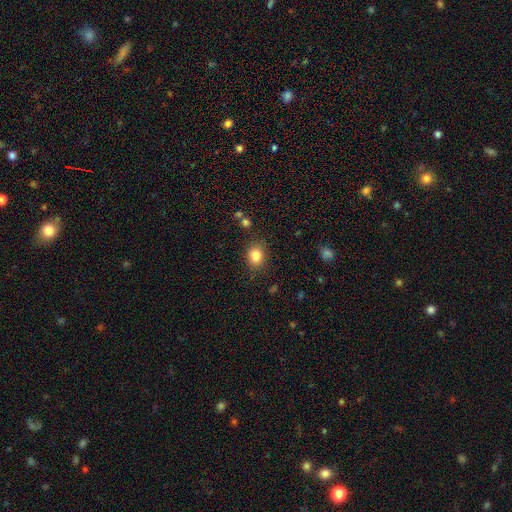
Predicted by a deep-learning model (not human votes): smooth-or-featured: smooth: 83% | star or artifact: 10% | featured or disk: 6%
  how-rounded: round: 50% | in between: 49% | cigar-shaped: 1%
  merging: none: 84% | minor disturbance: 11% | major disturbance: 3% | merger: 2%